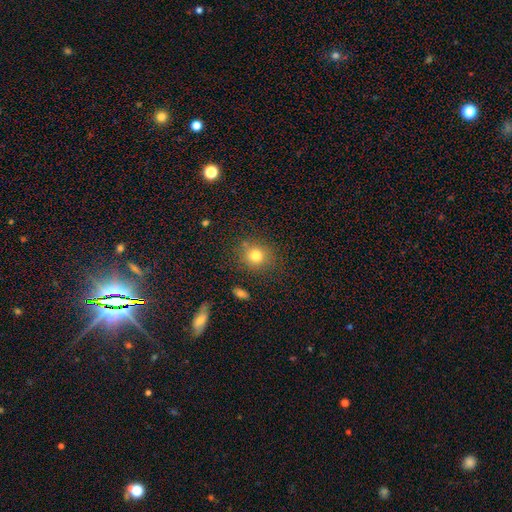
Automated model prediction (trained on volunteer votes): A smooth galaxy with no disk features (79%) that is round (78%). Merging: none (79%).